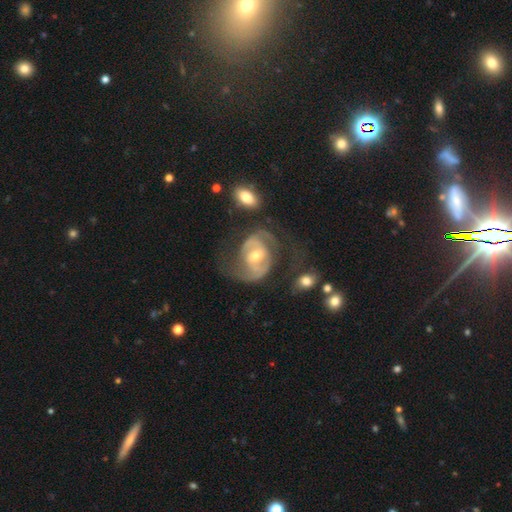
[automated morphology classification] Smooth or featured? Predicted: featured or disk (p=0.84). Edge-on disk? Predicted: no (p=0.97). Bar? Predicted: weak (p=0.41). Spiral arms? Predicted: yes (p=0.87). Spiral winding? Predicted: medium (p=0.48). Spiral arm count? Predicted: 2 (p=0.83). Bulge size? Predicted: moderate (p=0.62). Merging? Predicted: none (p=0.54).